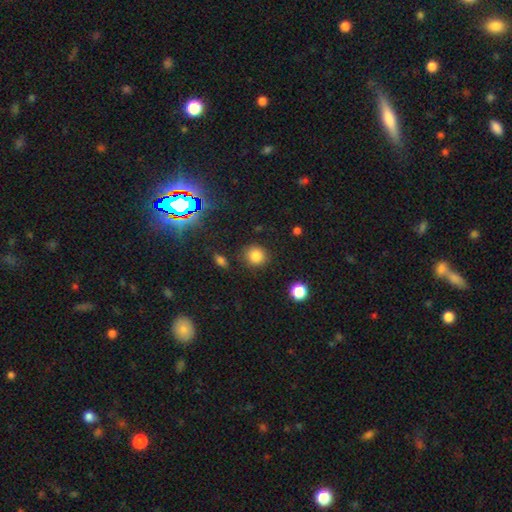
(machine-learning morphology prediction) Q: Smooth or featured?
A: smooth (81%); runner-up: star or artifact (13%)
Q: How rounded?
A: round (84%); runner-up: in between (15%)
Q: Merging?
A: none (85%); runner-up: minor disturbance (9%)